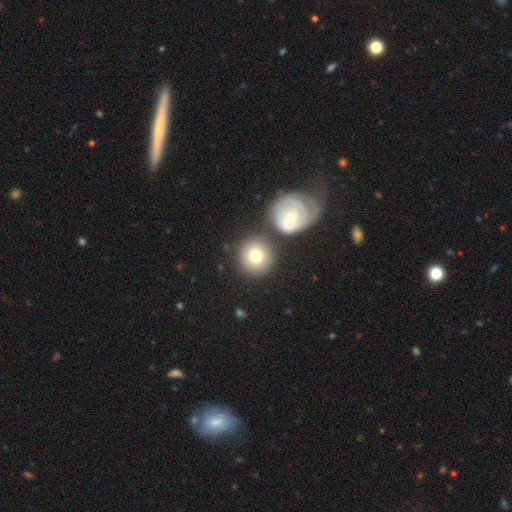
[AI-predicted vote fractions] A smooth galaxy with no disk features (66%) that is round (90%).

Vote fractions:
- Smooth or featured? smooth: 66% / featured or disk: 27% / star or artifact: 7%
- How rounded? round: 90% / in between: 9% / cigar-shaped: 1%
- Merging? none: 70% / merger: 16% / minor disturbance: 11% / major disturbance: 4%